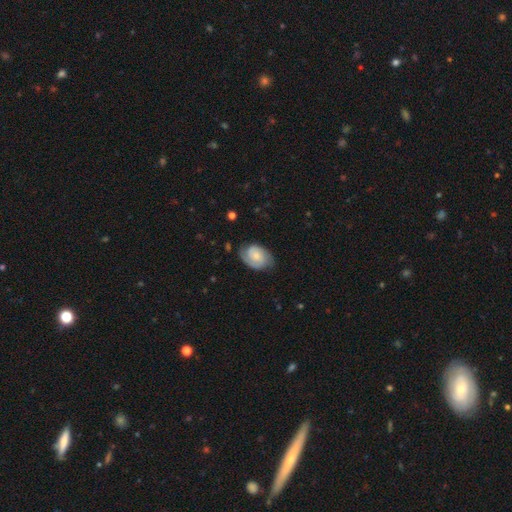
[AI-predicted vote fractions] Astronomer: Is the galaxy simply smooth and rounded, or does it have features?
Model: featured or disk — 72%.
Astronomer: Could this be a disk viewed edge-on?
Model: no — 97%.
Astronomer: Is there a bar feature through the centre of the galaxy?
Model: no — 69%.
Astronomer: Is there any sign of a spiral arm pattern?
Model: yes — 94%.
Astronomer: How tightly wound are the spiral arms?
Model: tight — 56% (runner-up: medium, 34%).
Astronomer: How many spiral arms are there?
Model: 2 — 76%.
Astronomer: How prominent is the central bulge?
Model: small — 51% (runner-up: moderate, 34%).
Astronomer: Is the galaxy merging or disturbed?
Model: none — 71%.